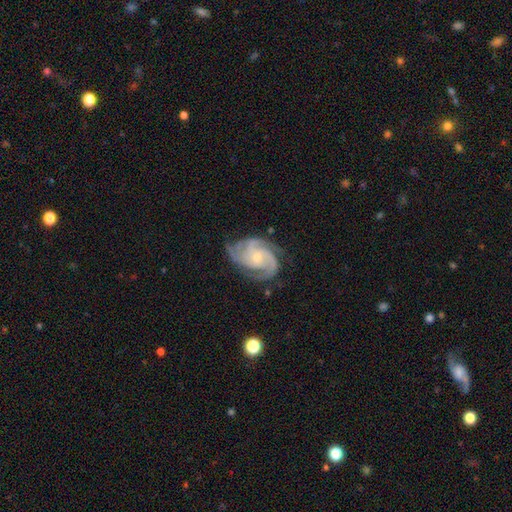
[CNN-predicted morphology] Q: Smooth or featured?
A: featured or disk (91%); runner-up: smooth (5%)
Q: Edge-on disk?
A: no (98%); runner-up: yes (2%)
Q: Bar?
A: no (67%); runner-up: weak (27%)
Q: Spiral arms?
A: yes (98%); runner-up: no (2%)
Q: Spiral winding?
A: tight (53%); runner-up: medium (40%)
Q: Spiral arm count?
A: 3 (50%); runner-up: 4 (18%)
Q: Bulge size?
A: small (62%); runner-up: moderate (35%)
Q: Merging?
A: none (70%); runner-up: minor disturbance (21%)